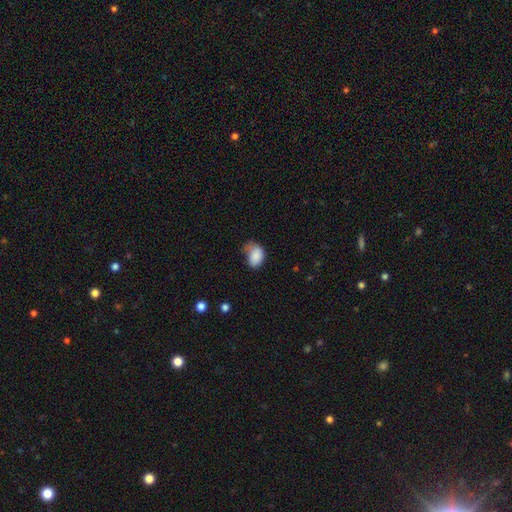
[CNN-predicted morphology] smooth 86%, star or artifact 8%, featured or disk 6%. Down the decision tree: how rounded — in between (79%); merging — minor disturbance (41%).